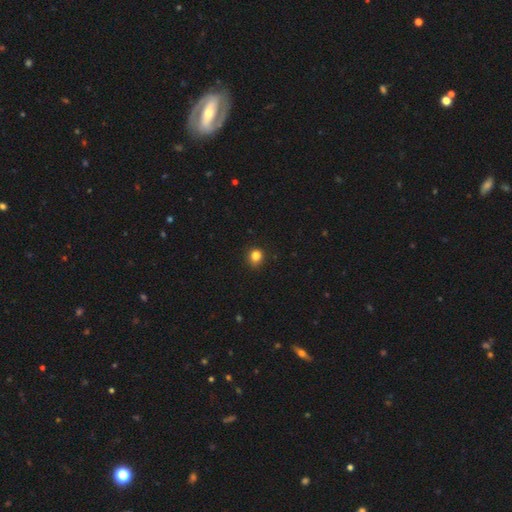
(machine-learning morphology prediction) smooth 84%, star or artifact 12%, featured or disk 4%. Down the decision tree: how rounded — round (83%); merging — none (88%).